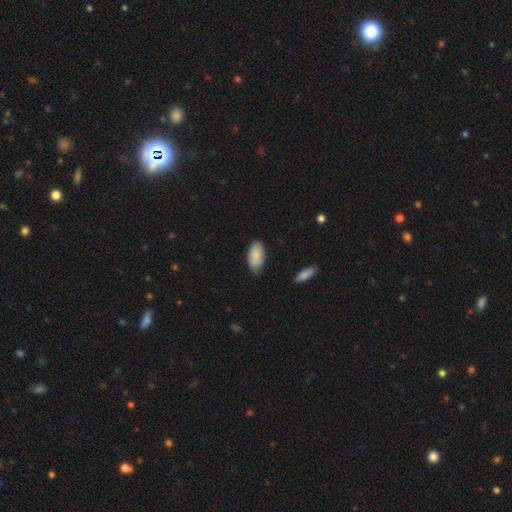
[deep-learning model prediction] smooth_or_featured: smooth (p=0.88) [alt: star or artifact p=0.06]
how_rounded: in between (p=0.94) [alt: cigar-shaped p=0.04]
merging: none (p=0.73) [alt: minor disturbance p=0.22]